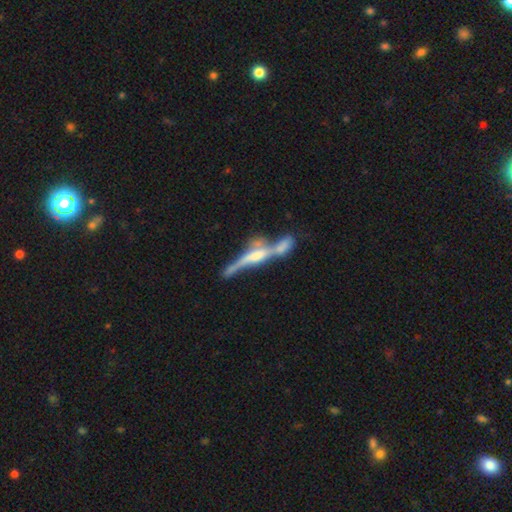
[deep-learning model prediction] The model was most divided on "merging": merger: 46%, none: 30%, minor disturbance: 13%, major disturbance: 10%. More confident: edge-on disk — yes (83%); smooth or featured — featured or disk (76%); edge-on bulge — rounded (69%).